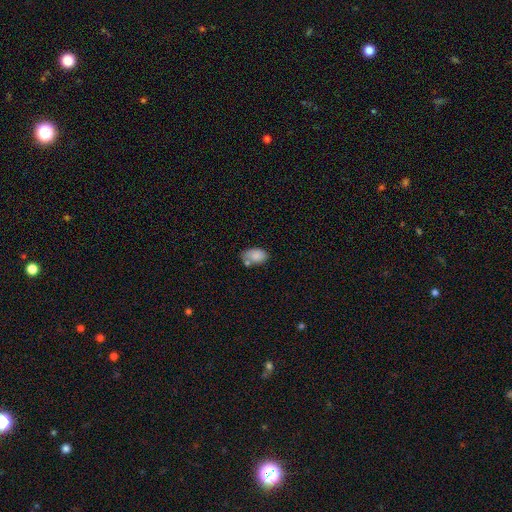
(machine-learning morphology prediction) Smooth or featured? smooth (83%)
How rounded? in between (90%)
Merging? none (53%)